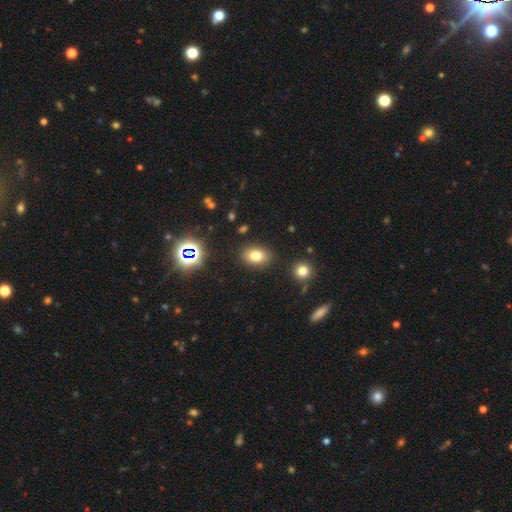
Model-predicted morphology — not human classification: smooth 76%, star or artifact 14%, featured or disk 10%. Down the decision tree: how rounded — in between (78%); merging — none (86%).